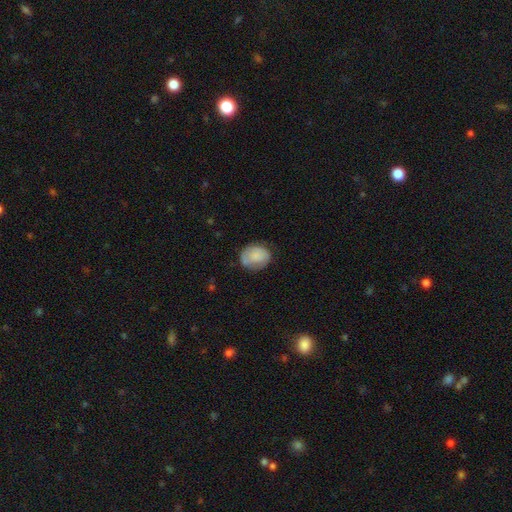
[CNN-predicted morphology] smooth 76%, featured or disk 17%, star or artifact 7%. Down the decision tree: how rounded — round (54%); merging — none (66%).